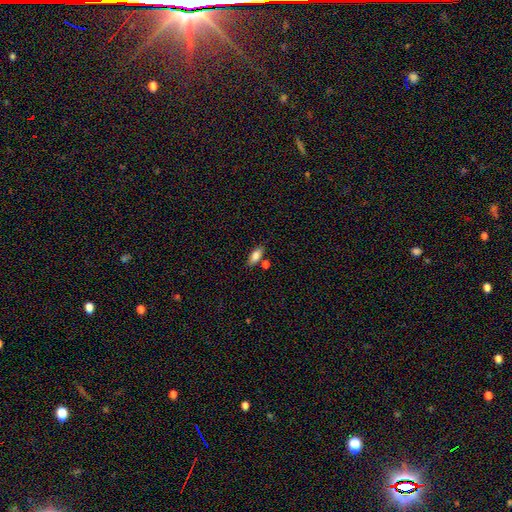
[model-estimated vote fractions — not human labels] Smooth or featured? smooth (83%)
How rounded? in between (86%)
Merging? none (72%)